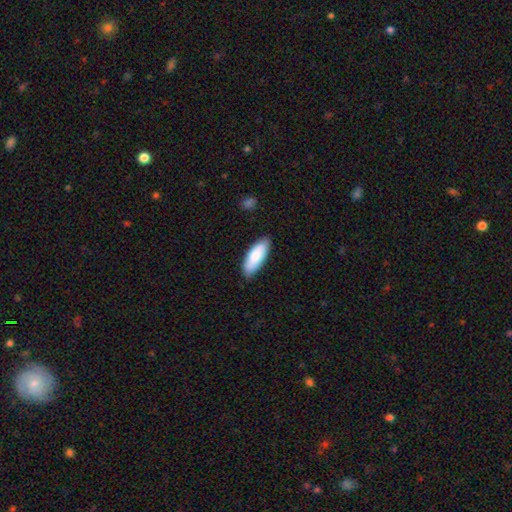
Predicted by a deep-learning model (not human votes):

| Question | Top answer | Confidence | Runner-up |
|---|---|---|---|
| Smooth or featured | smooth | 85% | featured or disk (10%) |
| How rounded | in between | 76% | cigar-shaped (23%) |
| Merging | none | 84% | minor disturbance (13%) |